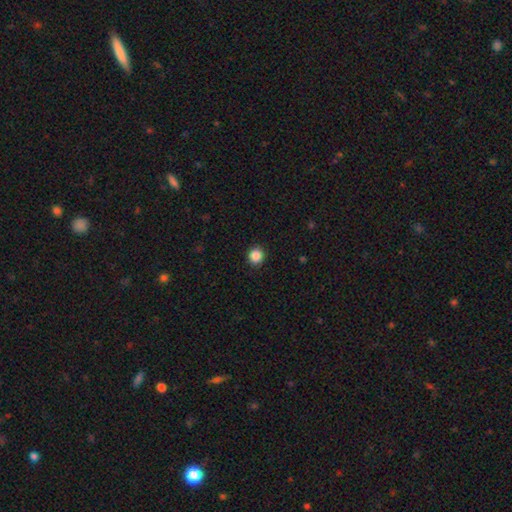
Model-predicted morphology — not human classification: This appears to be a smooth galaxy with no disk features (87%) that is round (93%). Merging: none (92%).